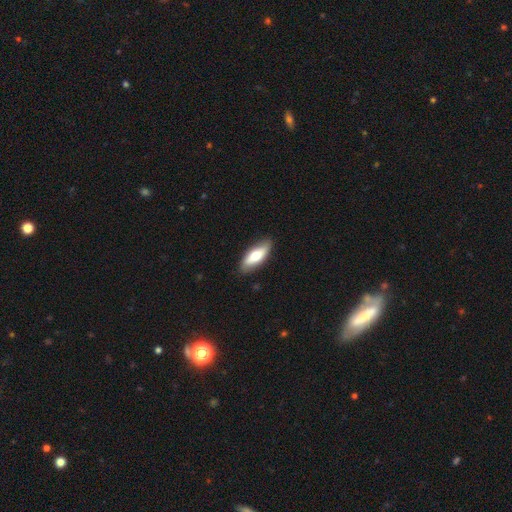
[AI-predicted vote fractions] Q: Smooth or featured?
A: smooth (67%); runner-up: featured or disk (28%)
Q: How rounded?
A: in between (69%); runner-up: cigar-shaped (28%)
Q: Merging?
A: none (85%); runner-up: minor disturbance (12%)